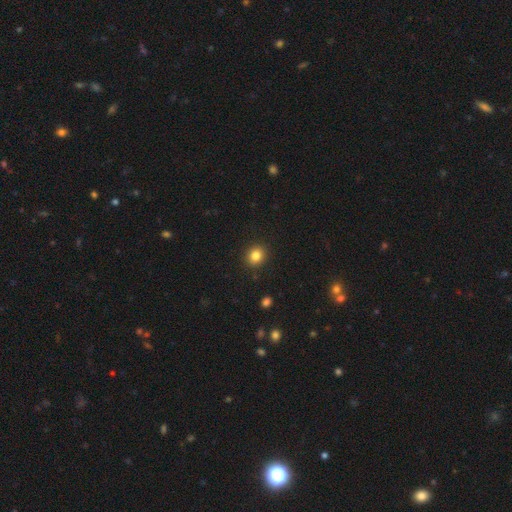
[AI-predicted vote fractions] This appears to be a smooth galaxy with no disk features (83%) that is round (77%). Merging: none (91%).